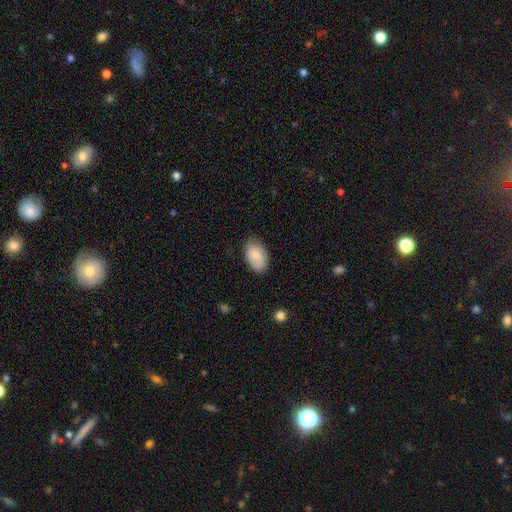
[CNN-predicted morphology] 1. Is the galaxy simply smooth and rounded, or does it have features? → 84% smooth, 10% featured or disk, 6% star or artifact.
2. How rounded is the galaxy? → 94% in between, 5% round, 1% cigar-shaped.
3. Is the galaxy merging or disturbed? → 76% none, 19% minor disturbance, 3% major disturbance, 1% merger.